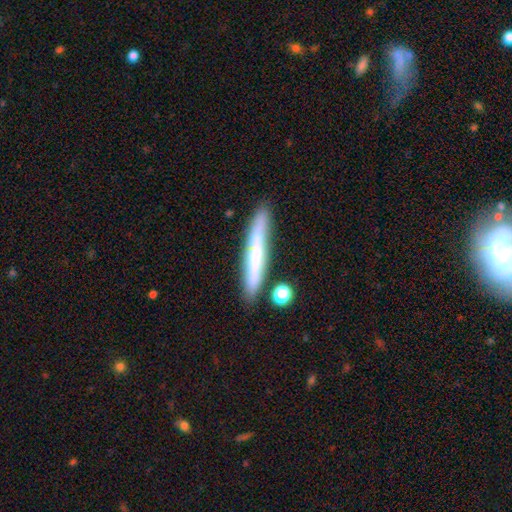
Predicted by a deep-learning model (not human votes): A smooth galaxy with no disk features (48%).

Vote fractions:
- Smooth or featured? smooth: 48% / featured or disk: 44% / star or artifact: 8%
- Merging? none: 78% / minor disturbance: 12% / merger: 7% / major disturbance: 3%